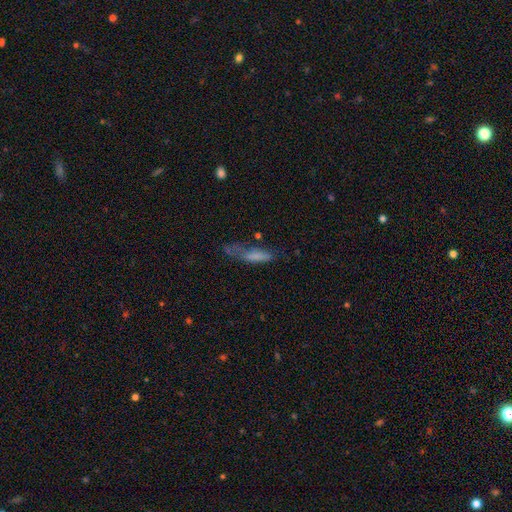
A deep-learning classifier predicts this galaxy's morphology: smooth 66%, featured or disk 23%, star or artifact 11%. Down the decision tree: how rounded — cigar-shaped (66%); merging — none (37%).